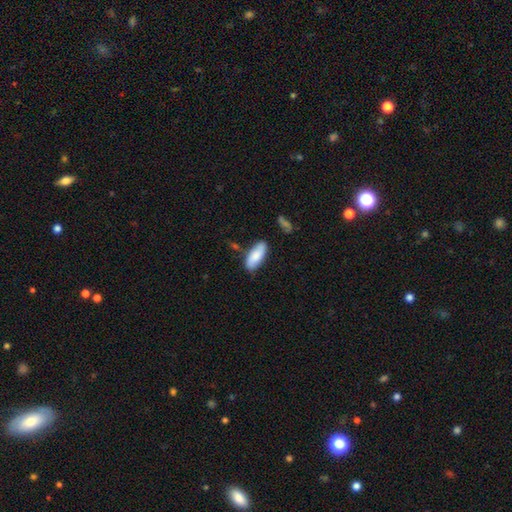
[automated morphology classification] Smooth or featured?
  - smooth: 80% *
  - featured or disk: 14%
  - star or artifact: 6%
How rounded?
  - in between: 81% *
  - cigar-shaped: 17%
  - round: 2%
Merging?
  - none: 74% *
  - minor disturbance: 18%
  - merger: 4%
  - major disturbance: 4%